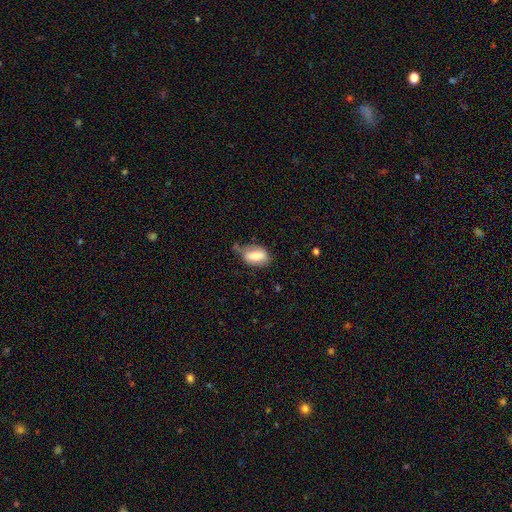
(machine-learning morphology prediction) Q: Smooth or featured?
A: smooth (72%); runner-up: featured or disk (21%)
Q: How rounded?
A: in between (89%); runner-up: round (8%)
Q: Merging?
A: none (45%); runner-up: minor disturbance (35%)